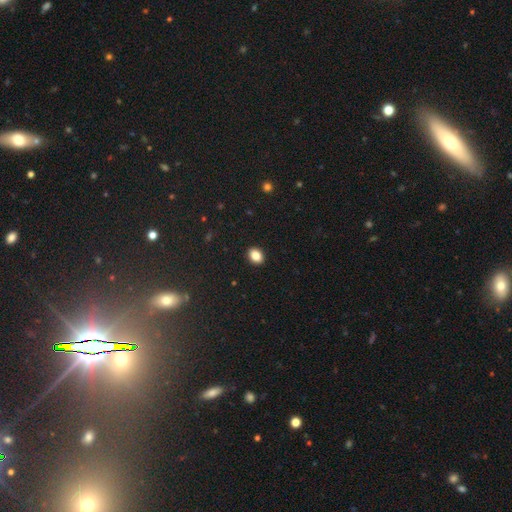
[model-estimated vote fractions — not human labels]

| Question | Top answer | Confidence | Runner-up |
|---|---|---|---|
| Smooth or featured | smooth | 86% | star or artifact (10%) |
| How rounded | in between | 62% | round (37%) |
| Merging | none | 91% | minor disturbance (6%) |